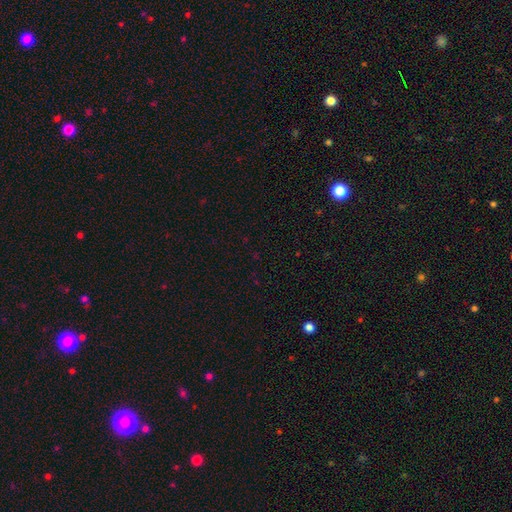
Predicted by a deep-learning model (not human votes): smooth-or-featured: star or artifact: 68% | smooth: 25% | featured or disk: 7%